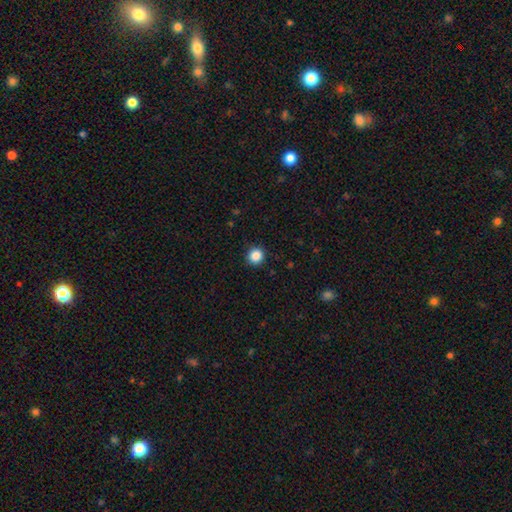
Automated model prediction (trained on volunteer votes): smooth-or-featured: smooth: 87% | star or artifact: 10% | featured or disk: 3%
  how-rounded: round: 93% | in between: 6% | cigar-shaped: 1%
  merging: none: 92% | minor disturbance: 5% | major disturbance: 2% | merger: 1%